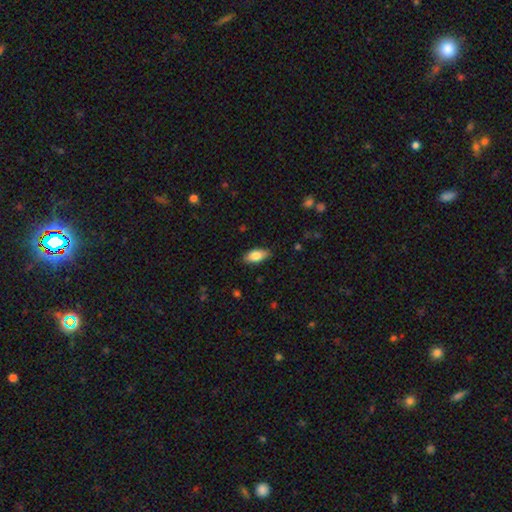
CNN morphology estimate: type=smooth (80%); roundness=in between (88%); merging=none (85%).